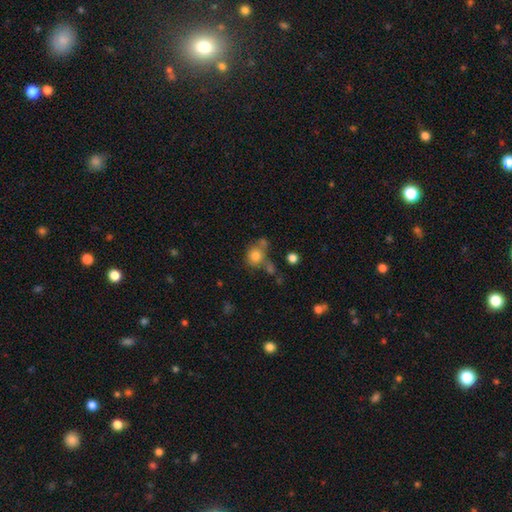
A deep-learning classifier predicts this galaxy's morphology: smooth-or-featured: smooth: 79% | star or artifact: 11% | featured or disk: 10%
  how-rounded: round: 81% | in between: 18% | cigar-shaped: 1%
  merging: none: 53% | merger: 25% | minor disturbance: 14% | major disturbance: 7%